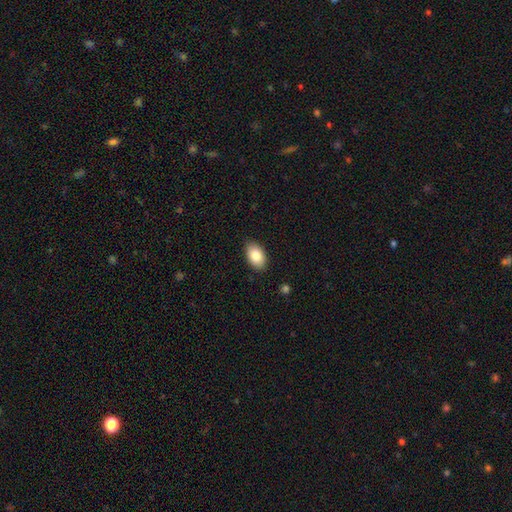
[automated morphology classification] smooth-or-featured: smooth: 84% | featured or disk: 9% | star or artifact: 7%
  how-rounded: in between: 93% | round: 6% | cigar-shaped: 1%
  merging: none: 87% | minor disturbance: 10% | major disturbance: 2% | merger: 1%